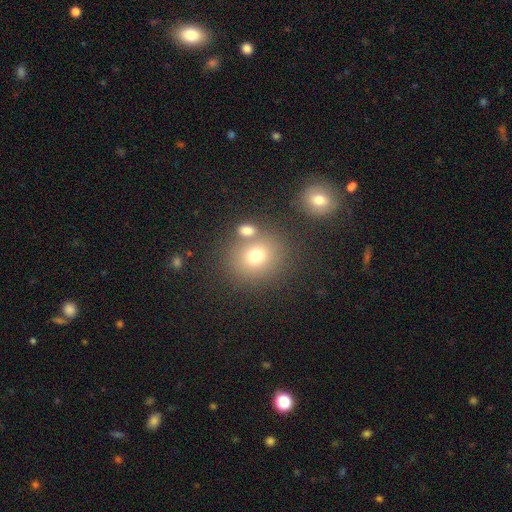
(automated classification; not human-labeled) Smooth or featured?
  - smooth: 73% *
  - star or artifact: 15%
  - featured or disk: 13%
How rounded?
  - round: 76% *
  - in between: 23%
  - cigar-shaped: 1%
Merging?
  - none: 65% *
  - merger: 20%
  - minor disturbance: 10%
  - major disturbance: 4%